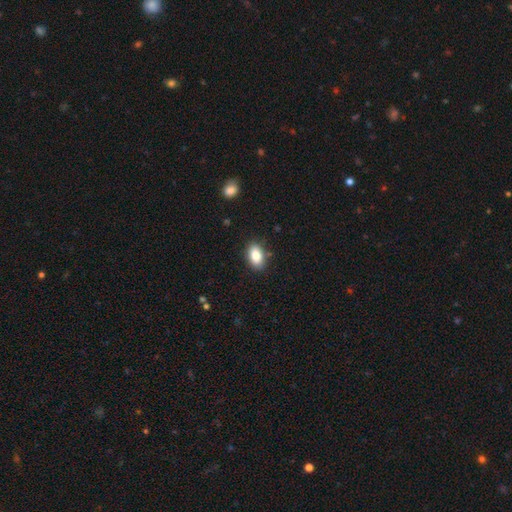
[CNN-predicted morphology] A smooth galaxy with no disk features (85%) that is in between round and cigar-shaped (91%). Merging: none (86%).